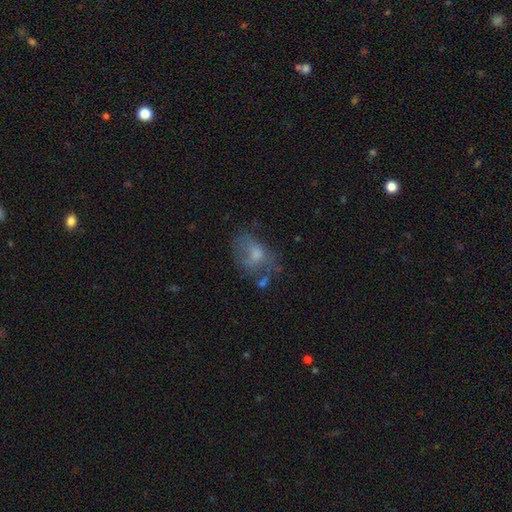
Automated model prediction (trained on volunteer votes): Overall: smooth (46%; featured or disk 40%). Merging: none (44%; minor disturbance 24%).